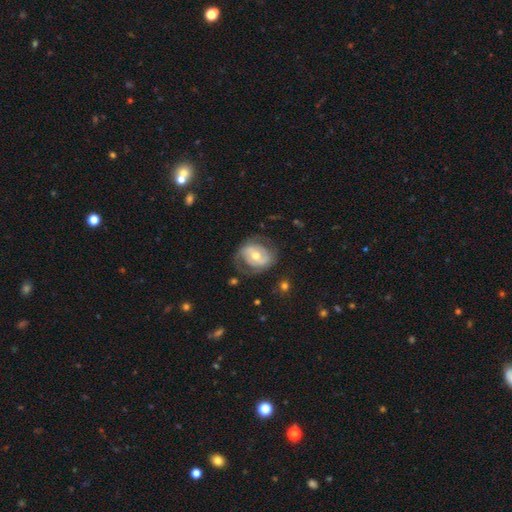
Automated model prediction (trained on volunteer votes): Smooth or featured?
  - featured or disk: 66% *
  - smooth: 28%
  - star or artifact: 6%
Edge-on disk?
  - no: 96% *
  - yes: 4%
Bar?
  - no: 45% *
  - weak: 35%
  - strong: 20%
Spiral arms?
  - yes: 65% *
  - no: 35%
Bulge size?
  - moderate: 67% *
  - small: 26%
  - large: 5%
  - none: 1%
  - dominant: 1%
Merging?
  - none: 56% *
  - minor disturbance: 23%
  - major disturbance: 20%
  - merger: 2%